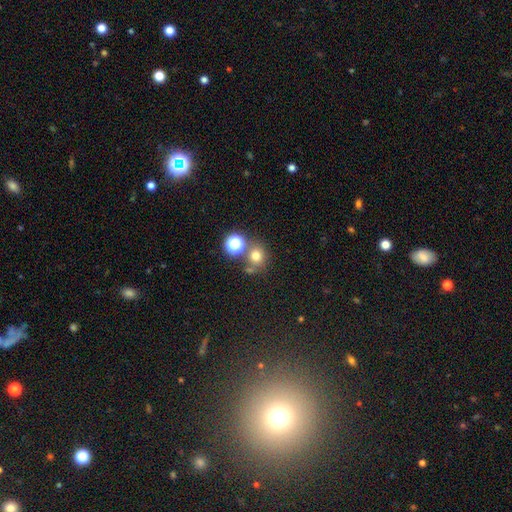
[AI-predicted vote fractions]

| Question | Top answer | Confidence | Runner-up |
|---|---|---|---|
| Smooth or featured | smooth | 71% | star or artifact (20%) |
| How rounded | round | 86% | in between (13%) |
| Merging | none | 67% | merger (19%) |